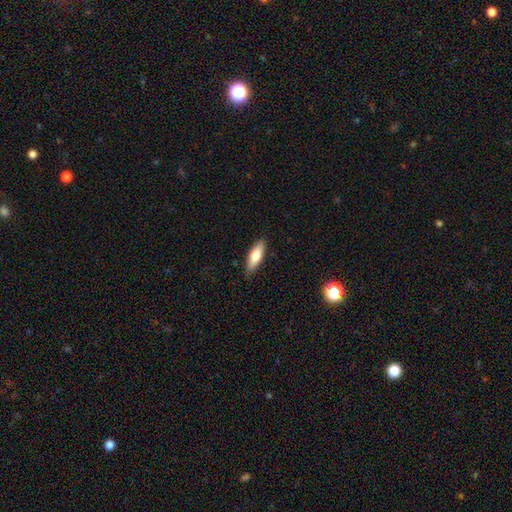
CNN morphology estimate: Smooth or featured?
  - smooth: 72% *
  - featured or disk: 22%
  - star or artifact: 6%
How rounded?
  - in between: 52% *
  - cigar-shaped: 46%
  - round: 2%
Merging?
  - none: 86% *
  - minor disturbance: 11%
  - major disturbance: 2%
  - merger: 1%